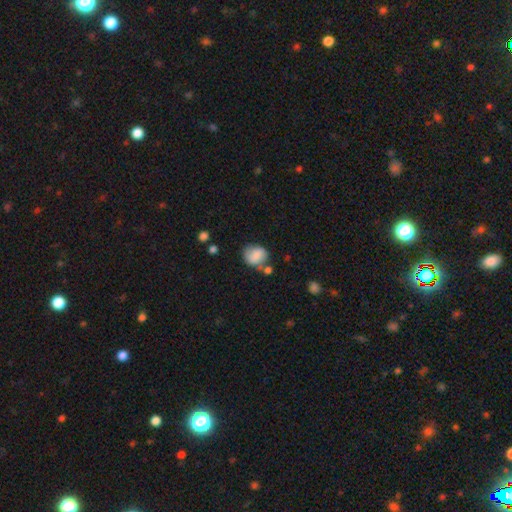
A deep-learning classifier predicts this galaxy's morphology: Smooth or featured?
  - smooth: 76% *
  - featured or disk: 15%
  - star or artifact: 9%
How rounded?
  - round: 62% *
  - in between: 37%
  - cigar-shaped: 1%
Merging?
  - none: 58% *
  - minor disturbance: 21%
  - merger: 13%
  - major disturbance: 7%